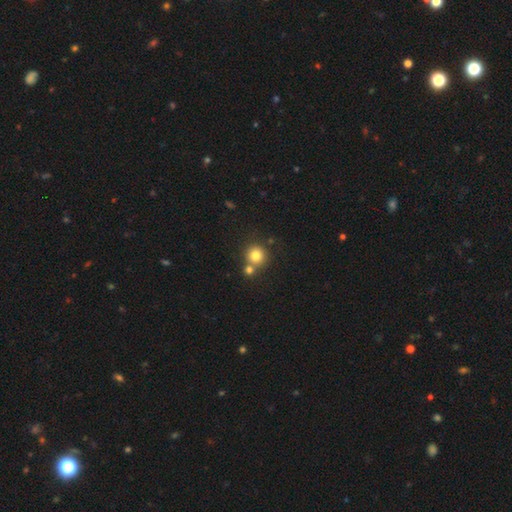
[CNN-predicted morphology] type=smooth (79%); roundness=round (93%); merging=none (64%).